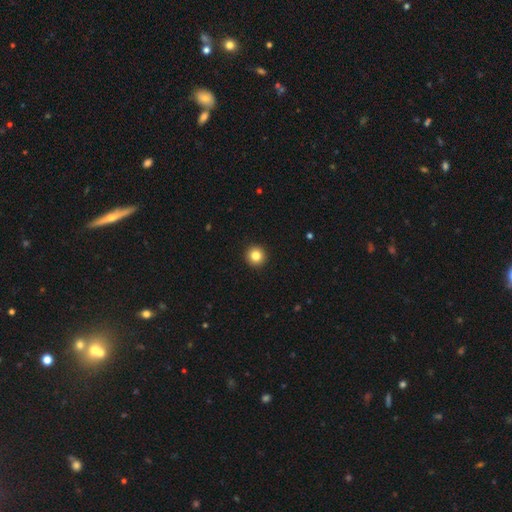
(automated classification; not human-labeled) smooth 84%, star or artifact 10%, featured or disk 6%. Down the decision tree: how rounded — round (96%); merging — none (94%).